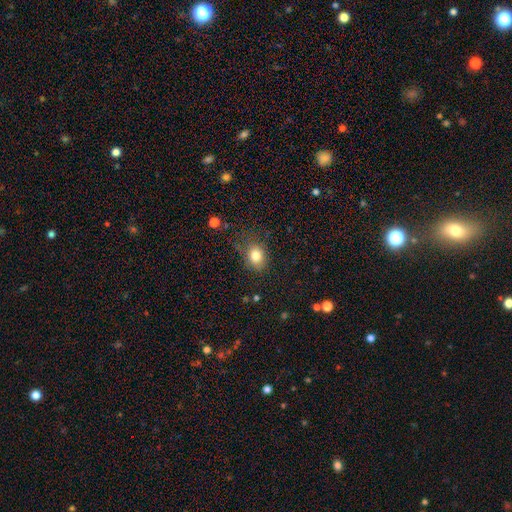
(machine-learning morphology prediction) Smooth or featured? smooth (81%)
How rounded? in between (55%)
Merging? none (67%)